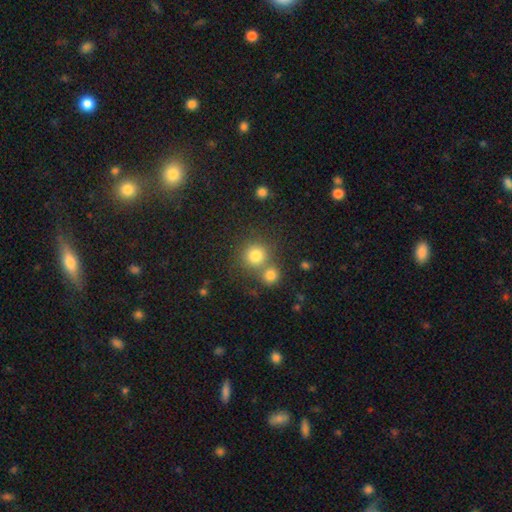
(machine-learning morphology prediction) Smooth or featured? smooth (79%)
How rounded? round (90%)
Merging? none (57%)